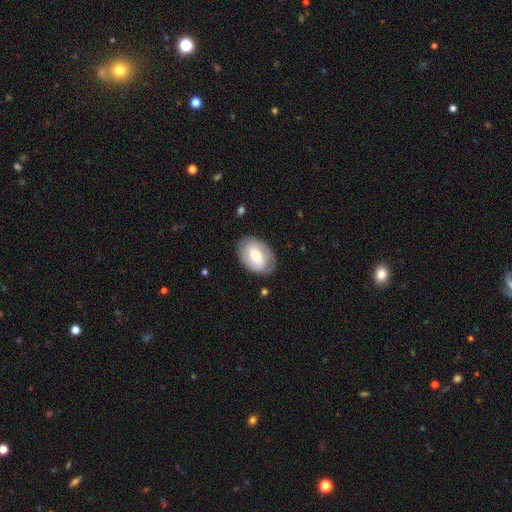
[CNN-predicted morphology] This appears to be a smooth galaxy with no disk features (54%) that is in between round and cigar-shaped (84%). Merging: none (80%).